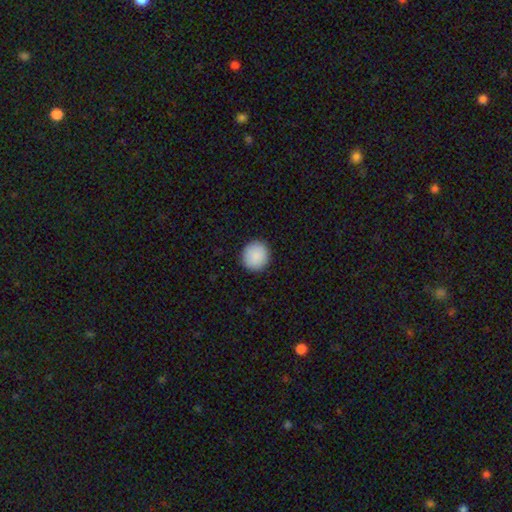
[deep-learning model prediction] Overall: smooth (90%). How rounded: round (91%). Merging: none (92%).